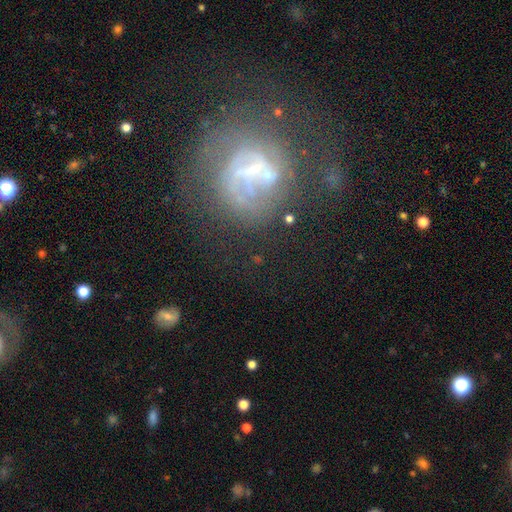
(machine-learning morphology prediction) Smooth or featured: featured or disk — 55% (star or artifact — 23%)
Edge-on disk: no — 94% (yes — 6%)
Bar: no — 52% (weak — 32%)
Spiral arms: no — 51% (yes — 49%)
Bulge size: small — 43% (moderate — 25%)
Merging: none — 54% (major disturbance — 22%)